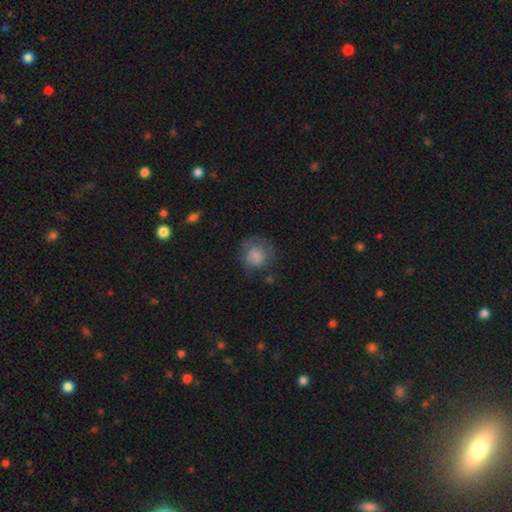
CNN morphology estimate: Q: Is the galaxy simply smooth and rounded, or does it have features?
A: smooth — 69%.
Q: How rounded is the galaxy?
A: round — 78%.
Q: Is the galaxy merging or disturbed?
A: none — 53%.